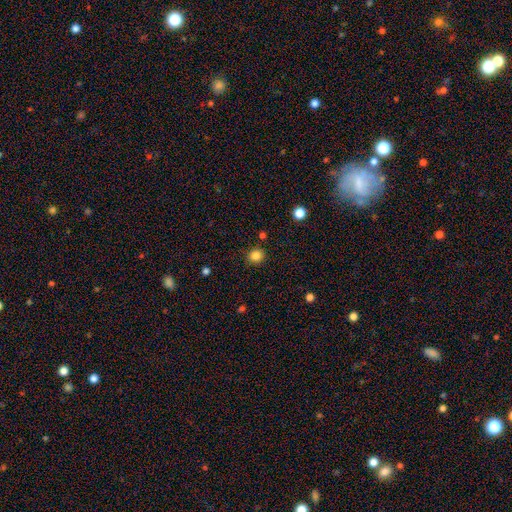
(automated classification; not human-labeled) smooth 84%, star or artifact 12%, featured or disk 4%. Down the decision tree: how rounded — round (85%); merging — none (87%).